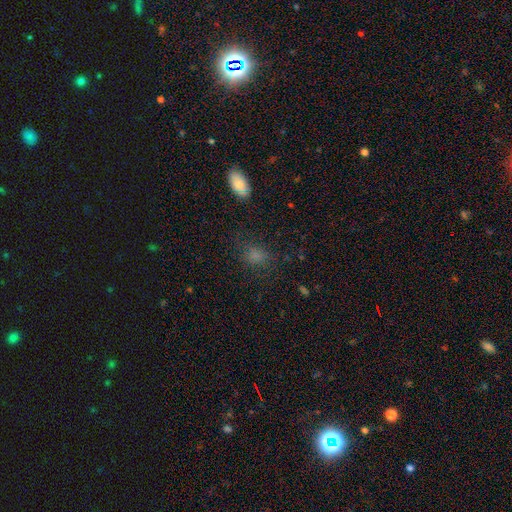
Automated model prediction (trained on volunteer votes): smooth_or_featured: smooth (p=0.77) [alt: star or artifact p=0.16]
how_rounded: in between (p=0.63) [alt: round p=0.35]
merging: none (p=0.71) [alt: minor disturbance p=0.17]